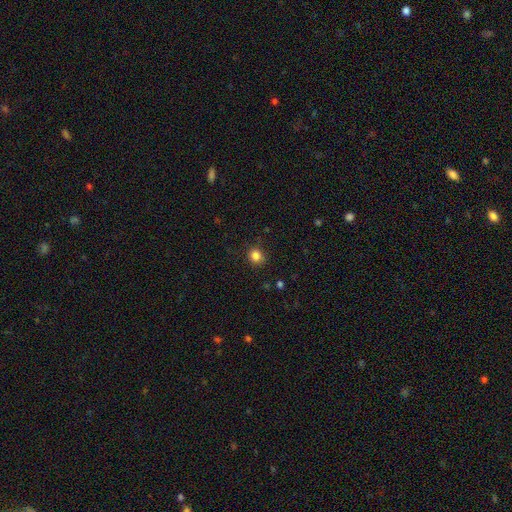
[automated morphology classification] This is clearly a smooth galaxy (84%). How rounded: clearly round (86%). Merging: clearly none (86%).